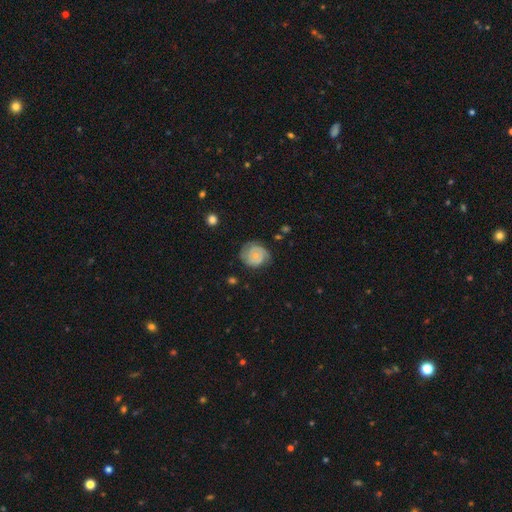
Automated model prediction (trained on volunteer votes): Smooth or featured: featured or disk — 63% (smooth — 30%)
Edge-on disk: no — 97% (yes — 3%)
Bar: no — 76% (weak — 20%)
Spiral arms: yes — 87% (no — 13%)
Spiral winding: tight — 65% (medium — 26%)
Spiral arm count: 2 — 53% (can't tell — 25%)
Bulge size: small — 65% (moderate — 28%)
Merging: none — 66% (minor disturbance — 23%)